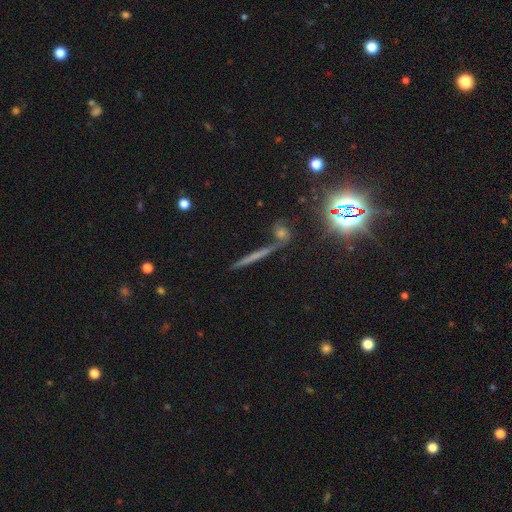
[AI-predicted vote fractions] smooth-or-featured: featured or disk: 40% | smooth: 31% | star or artifact: 29%
  merging: none: 69% | merger: 16% | minor disturbance: 10% | major disturbance: 5%